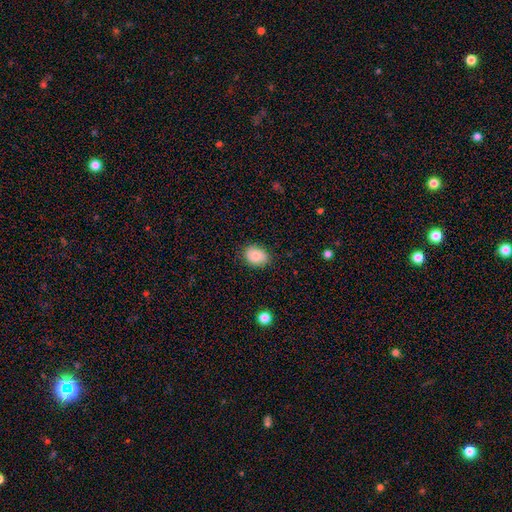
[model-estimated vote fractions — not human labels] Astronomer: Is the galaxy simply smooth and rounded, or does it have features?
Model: smooth — 82%.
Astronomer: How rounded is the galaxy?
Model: in between — 56% (runner-up: round, 43%).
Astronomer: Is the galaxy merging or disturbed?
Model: none — 83%.